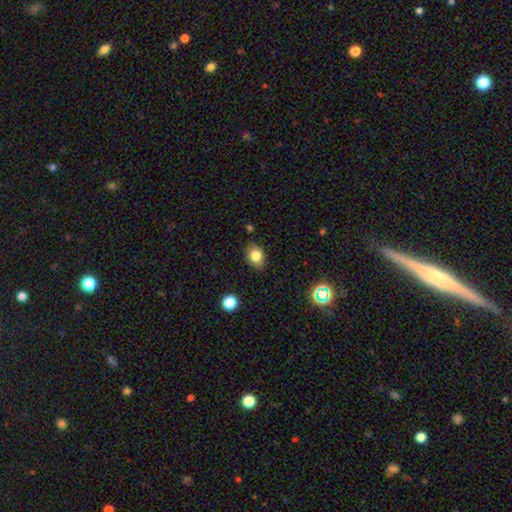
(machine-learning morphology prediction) Smooth or featured?
  - smooth: 80% *
  - star or artifact: 11%
  - featured or disk: 9%
How rounded?
  - in between: 73% *
  - round: 26%
  - cigar-shaped: 1%
Merging?
  - none: 84% *
  - minor disturbance: 12%
  - major disturbance: 3%
  - merger: 2%